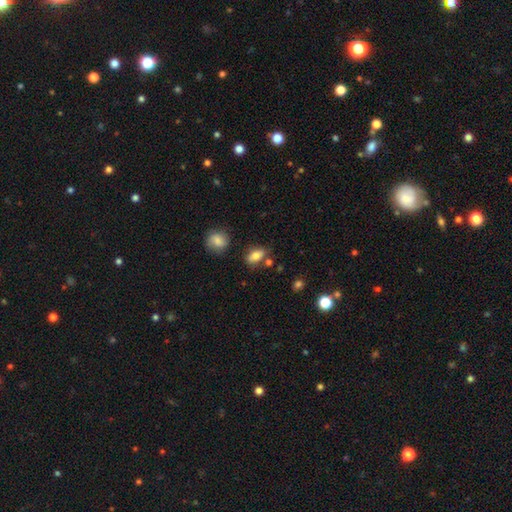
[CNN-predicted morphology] A smooth galaxy with no disk features (81%) that is in between round and cigar-shaped (85%).

Vote fractions:
- Smooth or featured? smooth: 81% / featured or disk: 11% / star or artifact: 9%
- How rounded? in between: 85% / round: 10% / cigar-shaped: 5%
- Merging? none: 73% / minor disturbance: 15% / merger: 8% / major disturbance: 4%